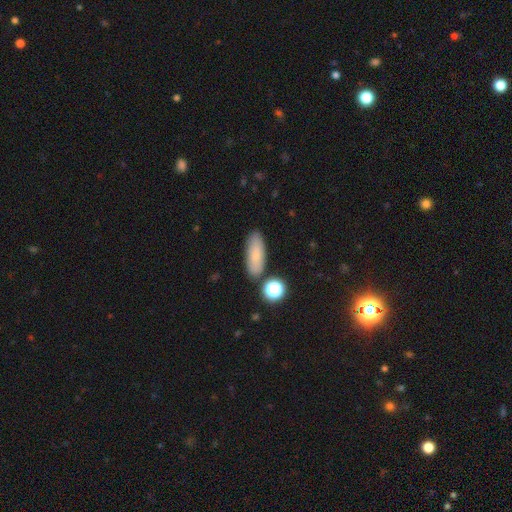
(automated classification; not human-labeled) A smooth galaxy with no disk features (79%) that is in between round and cigar-shaped (68%). Merging: none (79%).